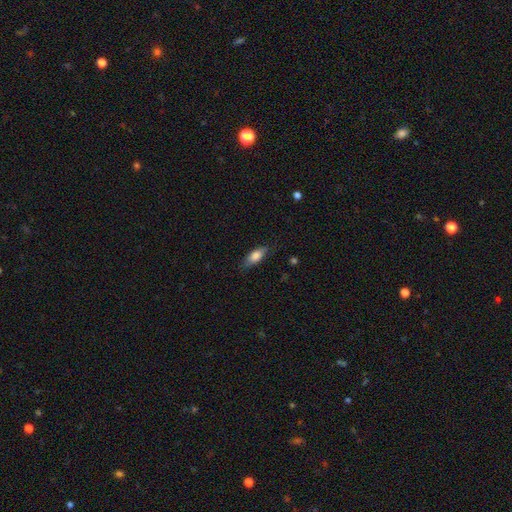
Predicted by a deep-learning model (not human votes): The model was most divided on "how rounded": in between: 75%, cigar-shaped: 22%, round: 3%. More confident: smooth or featured — smooth (79%); merging — none (78%).